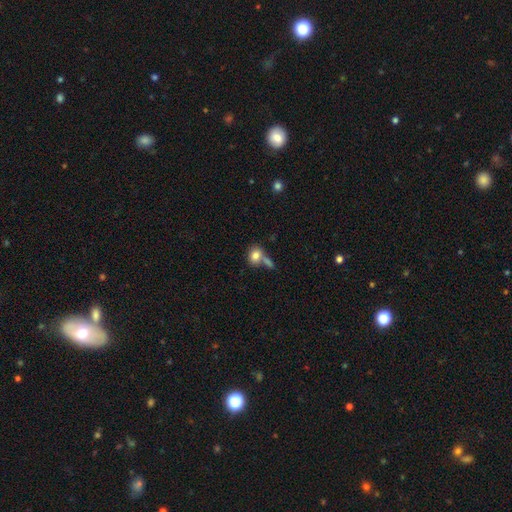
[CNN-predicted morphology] This appears to be a smooth galaxy with no disk features (81%) that is in between round and cigar-shaped (59%). Merging: none (45%).